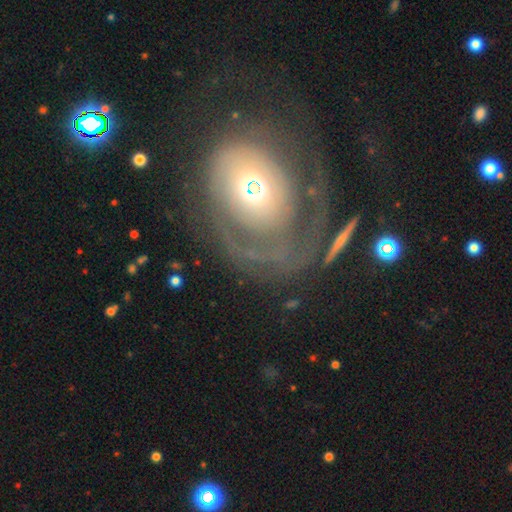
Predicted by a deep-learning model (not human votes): The model was most divided on "spiral arms": yes: 57%, no: 43%. Remaining: edge-on disk — no (95%); bar — no (81%); smooth or featured — featured or disk (66%); bulge size — moderate (52%); merging — none (46%).